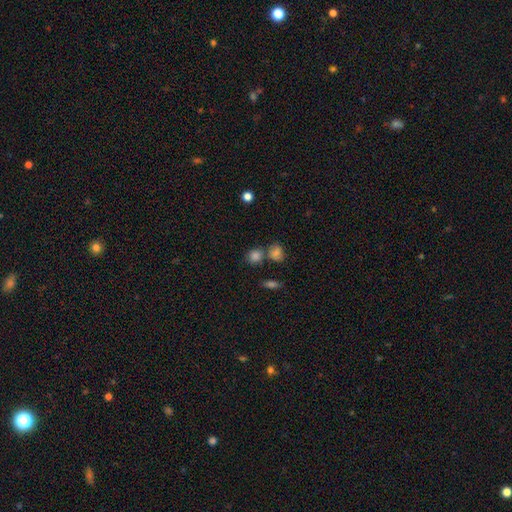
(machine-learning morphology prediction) smooth-or-featured: smooth: 81% | star or artifact: 13% | featured or disk: 7%
  how-rounded: round: 76% | in between: 22% | cigar-shaped: 2%
  merging: none: 60% | merger: 25% | minor disturbance: 11% | major disturbance: 4%